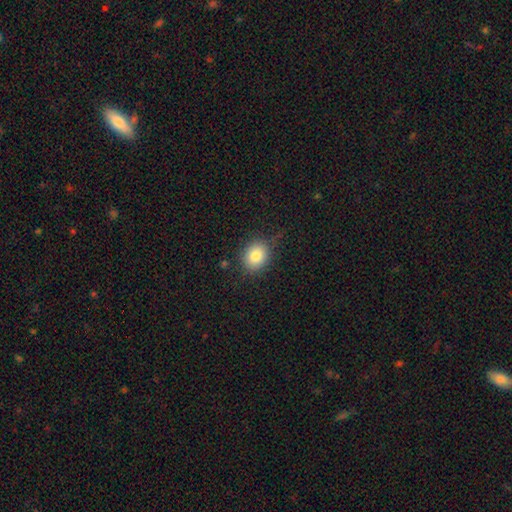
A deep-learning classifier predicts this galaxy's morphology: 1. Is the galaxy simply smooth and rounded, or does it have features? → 83% smooth, 9% star or artifact, 8% featured or disk.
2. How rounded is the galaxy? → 60% round, 39% in between, 1% cigar-shaped.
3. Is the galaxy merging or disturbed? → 79% none, 15% minor disturbance, 4% major disturbance, 2% merger.